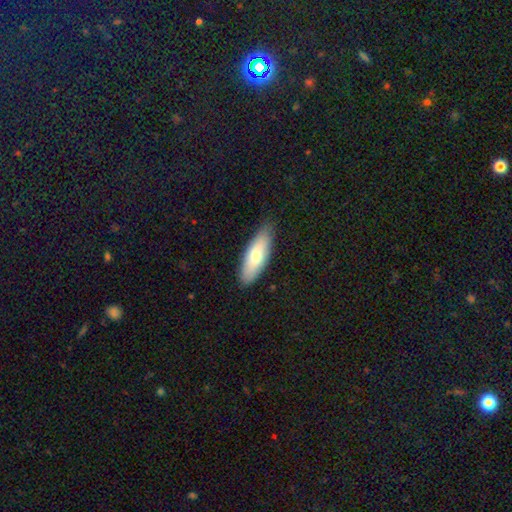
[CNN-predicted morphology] This appears to be a smooth galaxy with no disk features (69%) that is in between round and cigar-shaped (63%). Merging: none (83%).